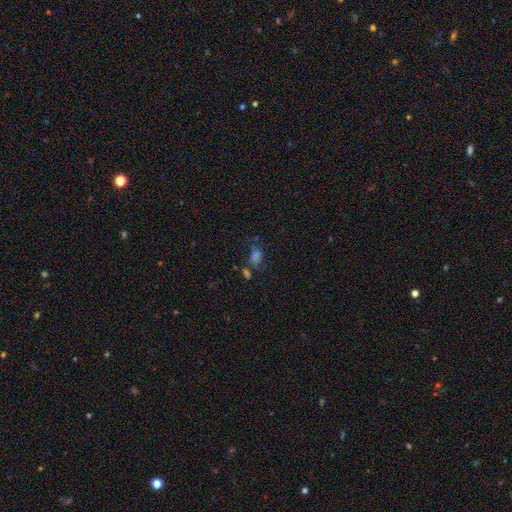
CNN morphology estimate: Smooth or featured?
  - smooth: 52% *
  - star or artifact: 33%
  - featured or disk: 16%
How rounded?
  - in between: 60% *
  - round: 37%
  - cigar-shaped: 3%
Merging?
  - none: 54% *
  - merger: 18%
  - minor disturbance: 17%
  - major disturbance: 11%